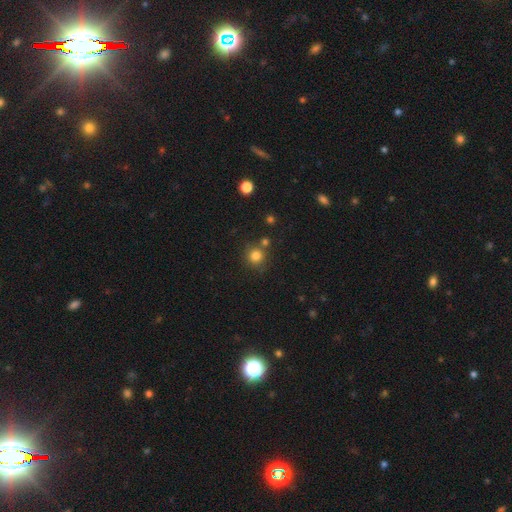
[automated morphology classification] This appears to be a smooth galaxy with no disk features (81%) that is round (93%). Merging: none (76%).